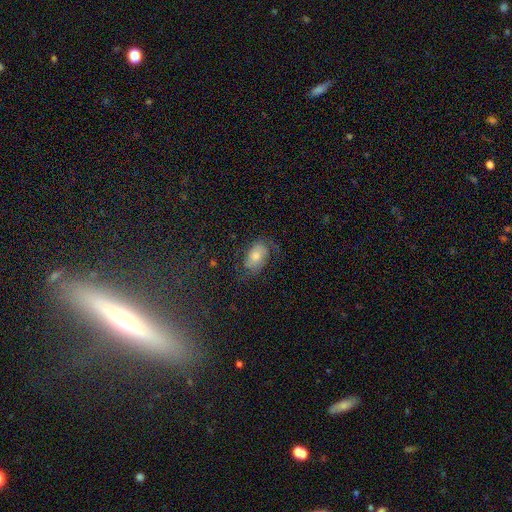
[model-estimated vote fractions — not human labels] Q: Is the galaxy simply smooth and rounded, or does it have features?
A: smooth — 46%.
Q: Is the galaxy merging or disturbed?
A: none — 61%.